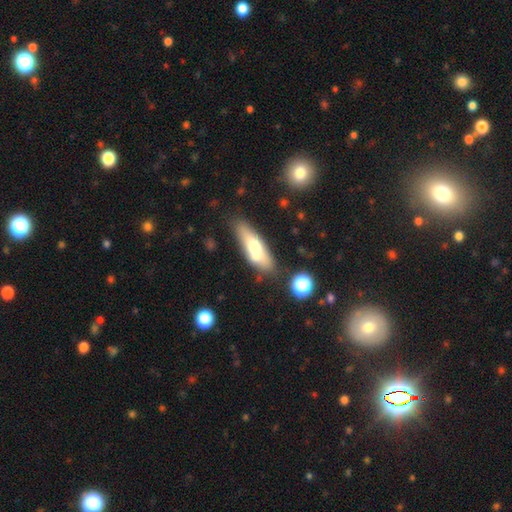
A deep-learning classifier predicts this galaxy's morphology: smooth-or-featured: smooth: 59% | featured or disk: 34% | star or artifact: 7%
  how-rounded: in between: 49% | cigar-shaped: 48% | round: 3%
  merging: none: 62% | minor disturbance: 18% | merger: 14% | major disturbance: 6%